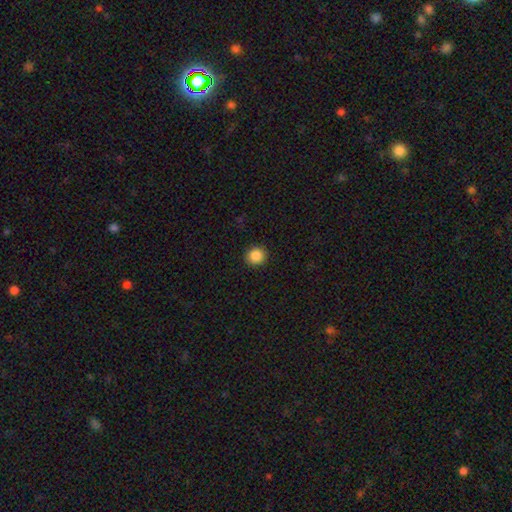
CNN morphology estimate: Smooth or featured: smooth — 87% (star or artifact — 10%)
How rounded: round — 91% (in between — 9%)
Merging: none — 92% (minor disturbance — 5%)